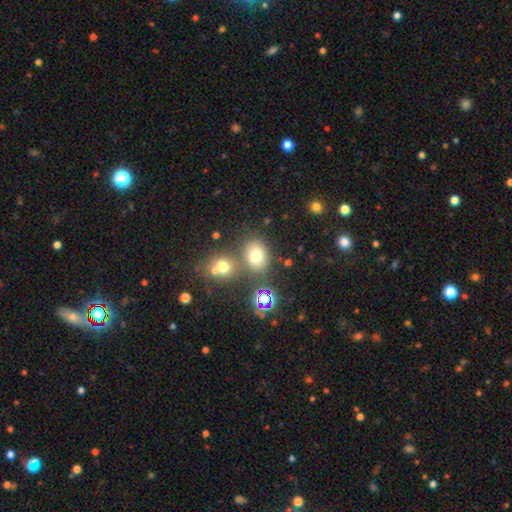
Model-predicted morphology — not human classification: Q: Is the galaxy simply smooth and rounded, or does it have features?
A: smooth — 69%.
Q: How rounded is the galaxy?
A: round — 56%.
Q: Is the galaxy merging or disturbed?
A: none — 65%.